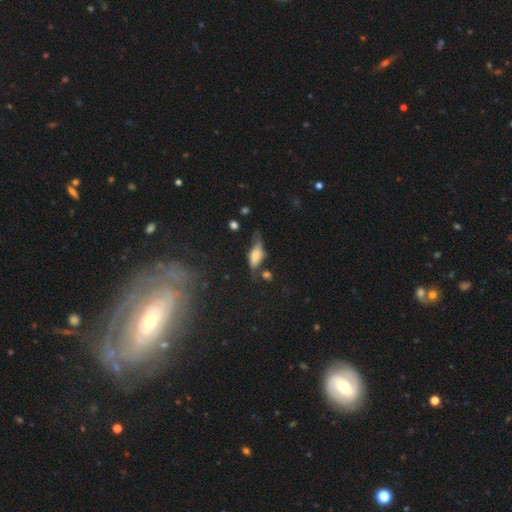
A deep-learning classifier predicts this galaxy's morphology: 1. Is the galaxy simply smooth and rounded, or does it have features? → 60% smooth, 31% featured or disk, 9% star or artifact.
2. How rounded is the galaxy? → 75% in between, 21% cigar-shaped, 4% round.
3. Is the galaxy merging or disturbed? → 42% none, 35% minor disturbance, 16% major disturbance, 7% merger.